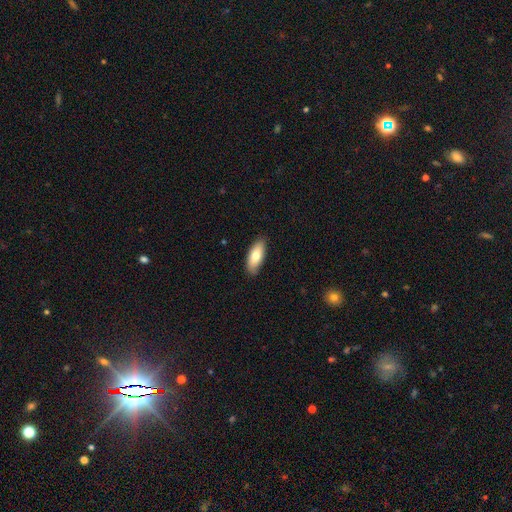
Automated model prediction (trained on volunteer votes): This is likely a smooth galaxy (76%). How rounded: clearly in between (81%). Merging: clearly none (86%).